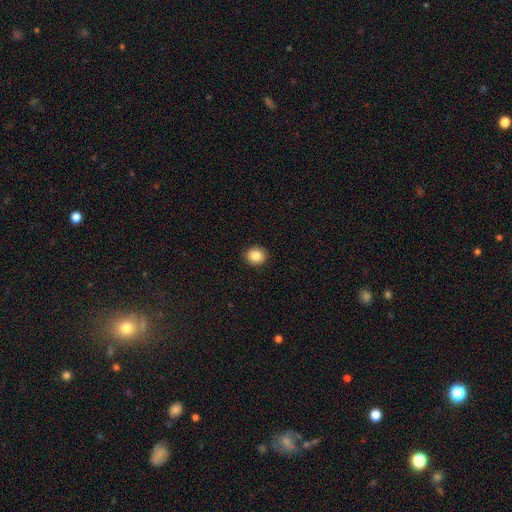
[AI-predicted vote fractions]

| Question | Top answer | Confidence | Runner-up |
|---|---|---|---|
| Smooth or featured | smooth | 85% | star or artifact (9%) |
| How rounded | round | 82% | in between (17%) |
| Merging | none | 92% | minor disturbance (5%) |